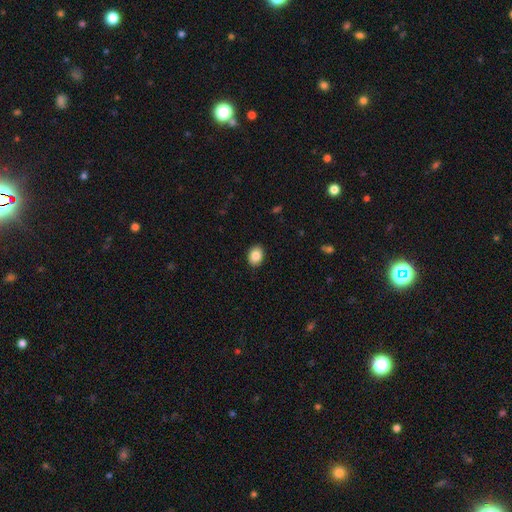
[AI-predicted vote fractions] Morphology: type=smooth (87%); roundness=in between (67%); merging=none (90%).